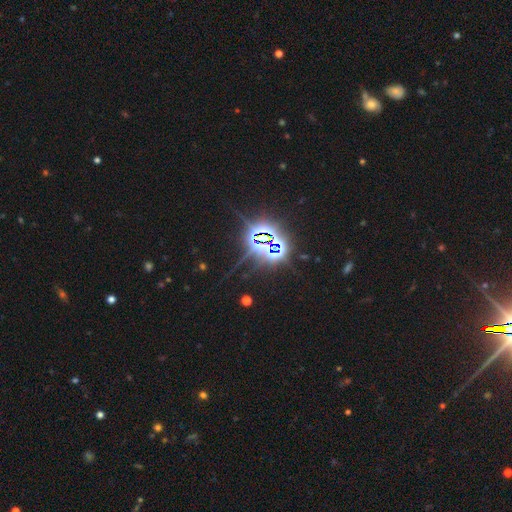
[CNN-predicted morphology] A star or artifact, not a galaxy (84%).